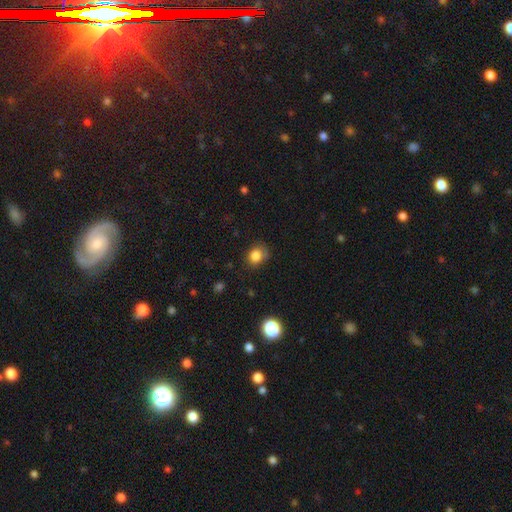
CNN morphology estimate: This is clearly a smooth galaxy (82%). How rounded: likely round (63%). Merging: likely none (70%).